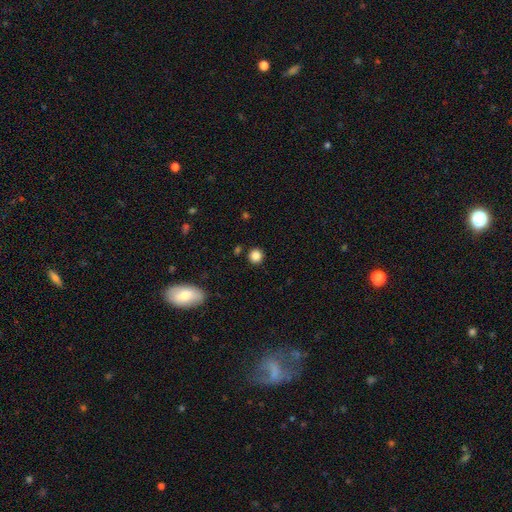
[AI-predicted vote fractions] Smooth or featured?
  - smooth: 85% *
  - star or artifact: 11%
  - featured or disk: 4%
How rounded?
  - round: 93% *
  - in between: 6%
  - cigar-shaped: 1%
Merging?
  - none: 90% *
  - minor disturbance: 6%
  - merger: 2%
  - major disturbance: 2%